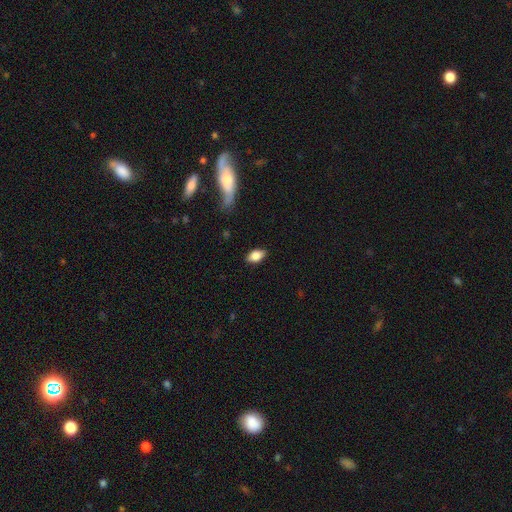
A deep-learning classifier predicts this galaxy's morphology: Smooth or featured?
  - smooth: 82% *
  - featured or disk: 10%
  - star or artifact: 7%
How rounded?
  - in between: 90% *
  - round: 6%
  - cigar-shaped: 4%
Merging?
  - none: 85% *
  - minor disturbance: 11%
  - major disturbance: 3%
  - merger: 1%